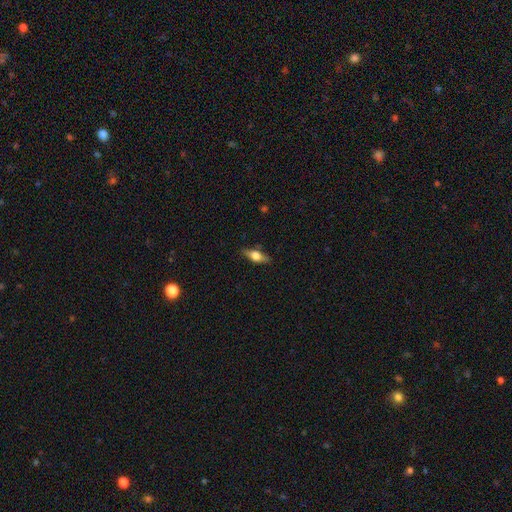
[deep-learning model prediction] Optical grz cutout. It shows a smooth galaxy with no disk features (47%). Merging: none (84%).